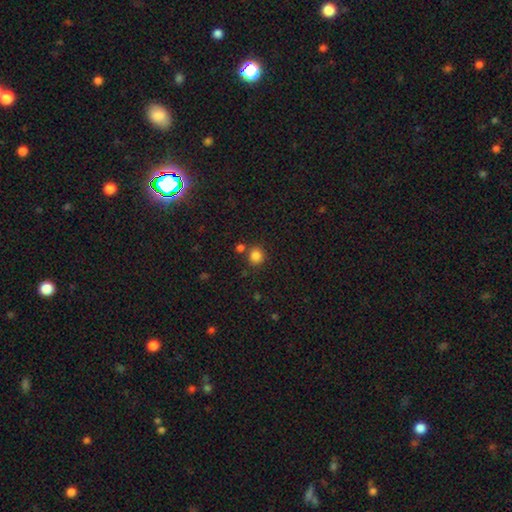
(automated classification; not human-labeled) Smooth or featured? smooth (84%)
How rounded? round (88%)
Merging? none (77%)